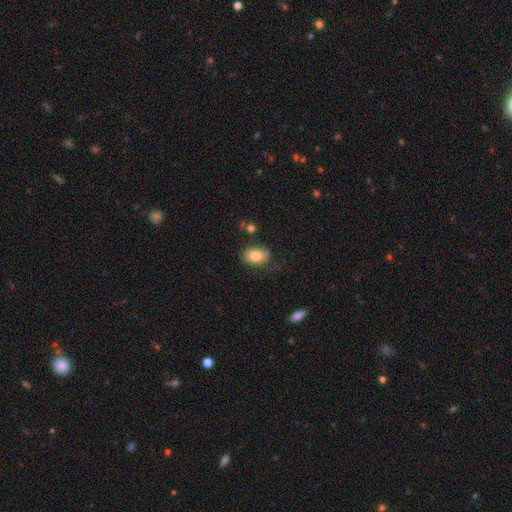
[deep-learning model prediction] Overall: smooth (80%). How rounded: in between (79%). Merging: none (61%; minor disturbance 25%).